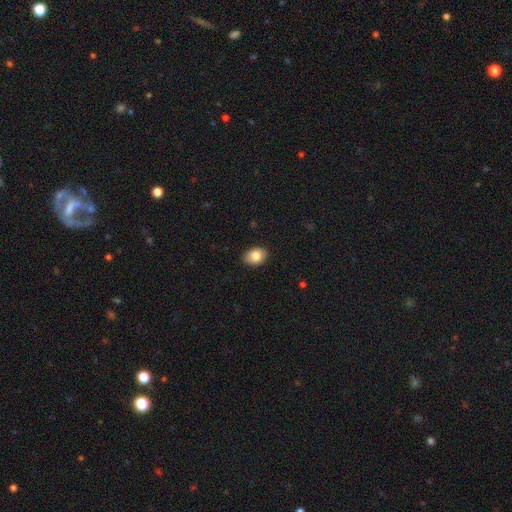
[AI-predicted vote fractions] smooth-or-featured: smooth: 86% | star or artifact: 8% | featured or disk: 6%
  how-rounded: in between: 74% | round: 25% | cigar-shaped: 1%
  merging: none: 87% | minor disturbance: 10% | major disturbance: 2% | merger: 1%